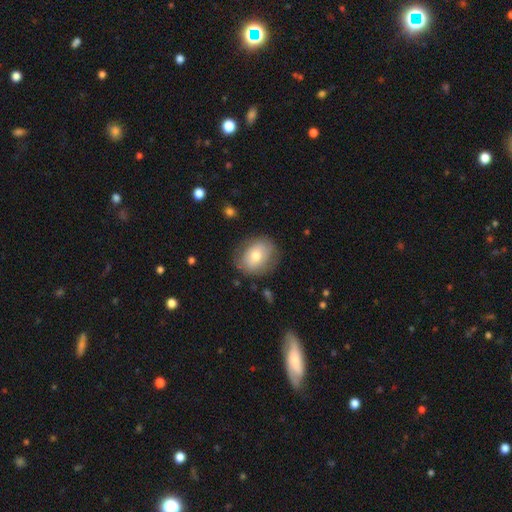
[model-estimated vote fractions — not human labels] Smooth or featured?
  - smooth: 68% *
  - featured or disk: 24%
  - star or artifact: 8%
How rounded?
  - in between: 54% *
  - round: 45%
  - cigar-shaped: 1%
Merging?
  - none: 75% *
  - minor disturbance: 17%
  - major disturbance: 6%
  - merger: 1%